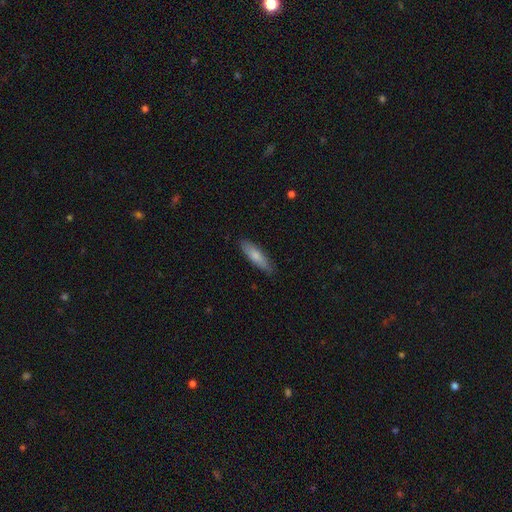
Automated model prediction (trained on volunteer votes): Morphology: type=smooth (75%); roundness=cigar-shaped (62%); merging=none (84%).